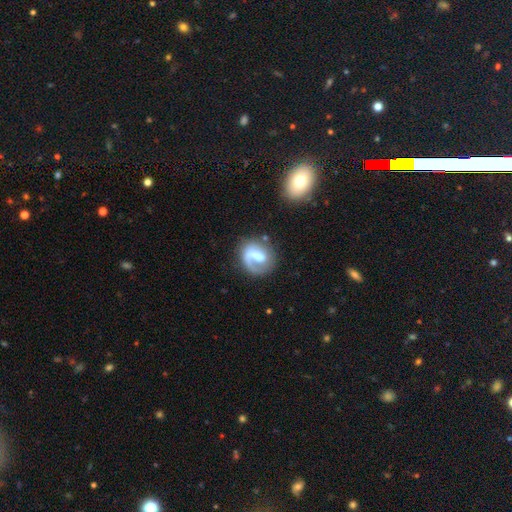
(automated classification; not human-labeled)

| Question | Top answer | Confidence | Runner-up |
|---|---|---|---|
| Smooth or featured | featured or disk | 68% | smooth (25%) |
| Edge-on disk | no | 98% | yes (2%) |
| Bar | weak | 45% | strong (30%) |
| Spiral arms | yes | 84% | no (16%) |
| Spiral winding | tight | 38% | medium (35%) |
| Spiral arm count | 1 | 75% | 2 (15%) |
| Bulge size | moderate | 36% | small (22%) |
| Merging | none | 61% | major disturbance (18%) |